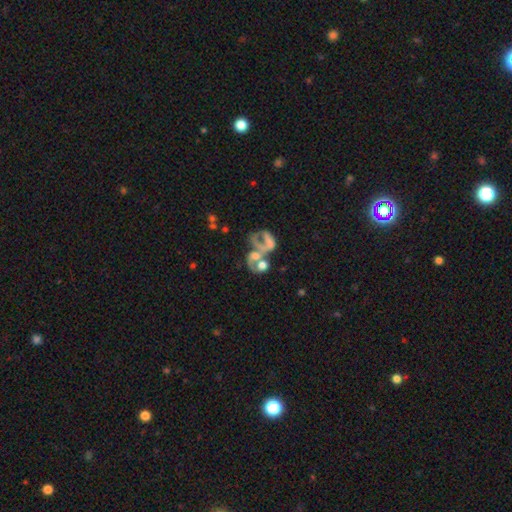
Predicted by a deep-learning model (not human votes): smooth-or-featured: featured or disk: 50% | star or artifact: 29% | smooth: 21%
  merging: merger: 41% | none: 27% | major disturbance: 21% | minor disturbance: 11%